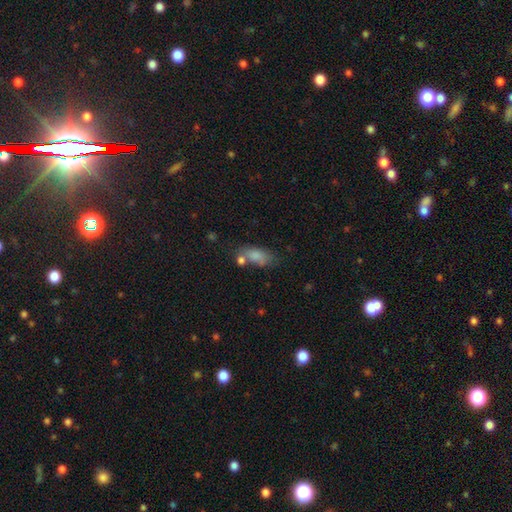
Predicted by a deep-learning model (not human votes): Smooth or featured? Predicted: smooth (p=0.80). How rounded? Predicted: in between (p=0.83). Merging? Predicted: none (p=0.47).